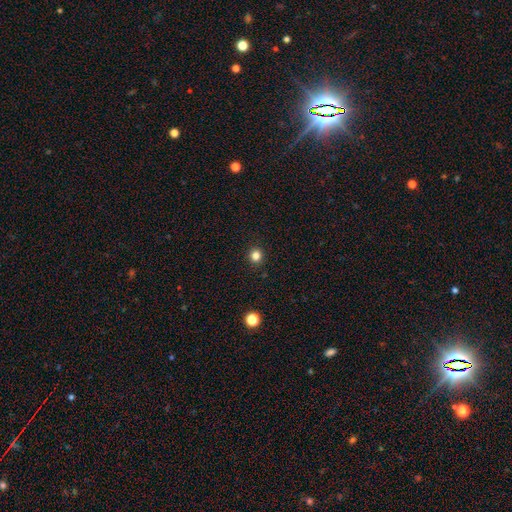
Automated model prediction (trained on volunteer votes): Smooth or featured?
  - smooth: 82% *
  - star or artifact: 14%
  - featured or disk: 4%
How rounded?
  - round: 94% *
  - in between: 5%
  - cigar-shaped: 1%
Merging?
  - none: 93% *
  - minor disturbance: 5%
  - major disturbance: 2%
  - merger: 1%